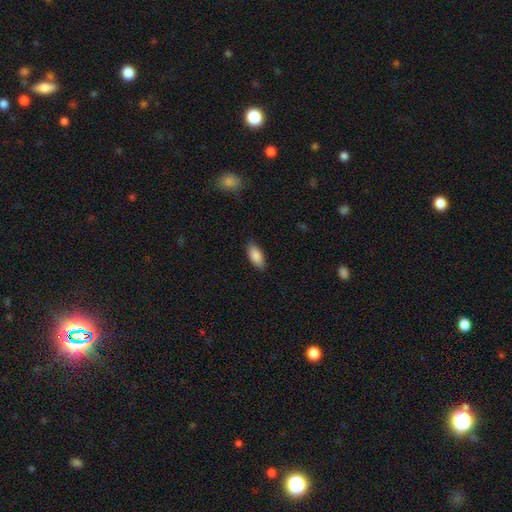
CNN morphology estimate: smooth 88%, star or artifact 6%, featured or disk 6%. Down the decision tree: how rounded — in between (87%); merging — none (85%).